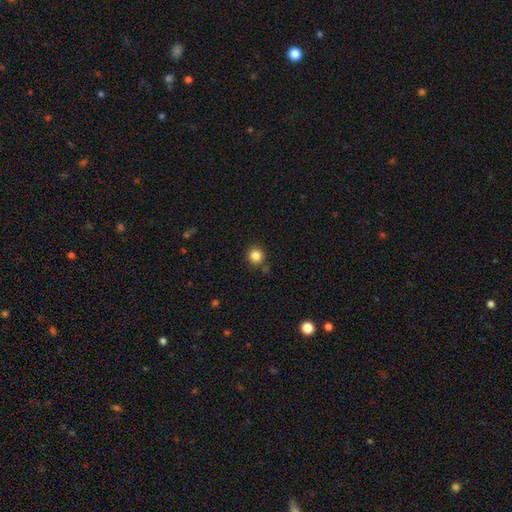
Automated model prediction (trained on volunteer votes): The model was most divided on "merging": none: 82%, minor disturbance: 11%, merger: 4%, major disturbance: 3%. More confident: how rounded — round (90%); smooth or featured — smooth (85%).